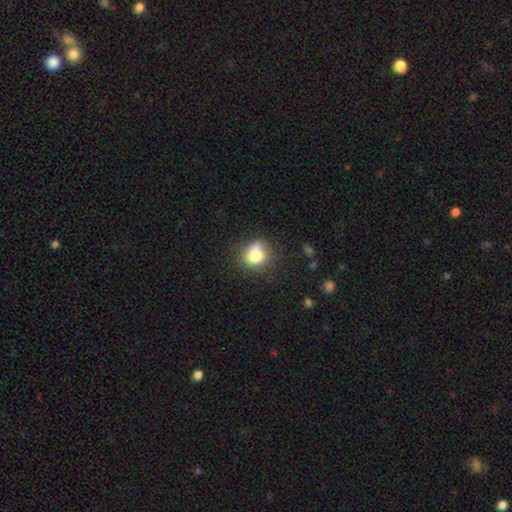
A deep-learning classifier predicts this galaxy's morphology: smooth_or_featured: smooth (p=0.76) [alt: featured or disk p=0.13]
how_rounded: round (p=0.72) [alt: in between p=0.27]
merging: none (p=0.53) [alt: minor disturbance p=0.24]